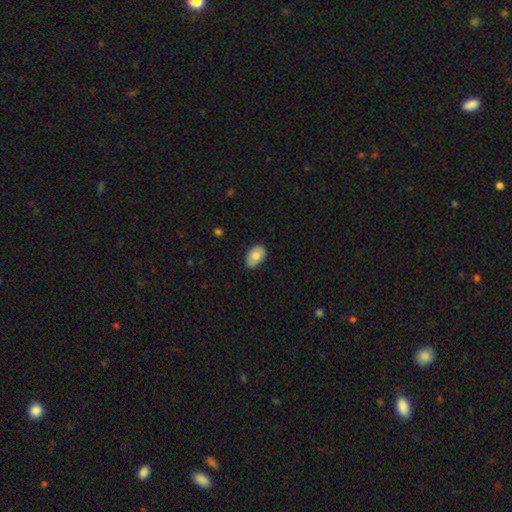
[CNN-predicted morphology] This appears to be a smooth galaxy with no disk features (79%) that is in between round and cigar-shaped (91%). Merging: none (81%).